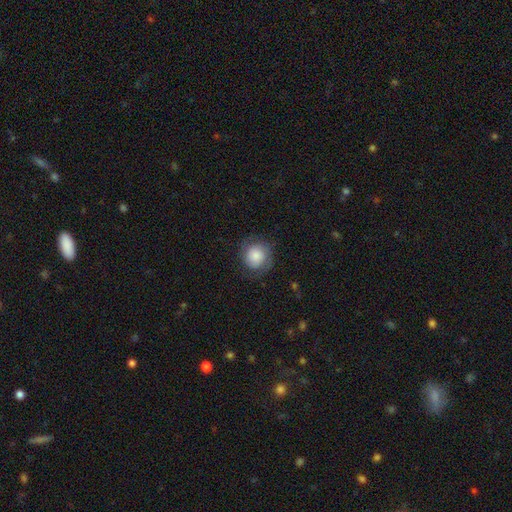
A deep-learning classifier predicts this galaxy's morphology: A smooth galaxy with no disk features (53%) that is round (86%).

Vote fractions:
- Smooth or featured? smooth: 53% / featured or disk: 38% / star or artifact: 9%
- How rounded? round: 86% / in between: 13% / cigar-shaped: 1%
- Merging? none: 75% / minor disturbance: 16% / major disturbance: 8% / merger: 1%